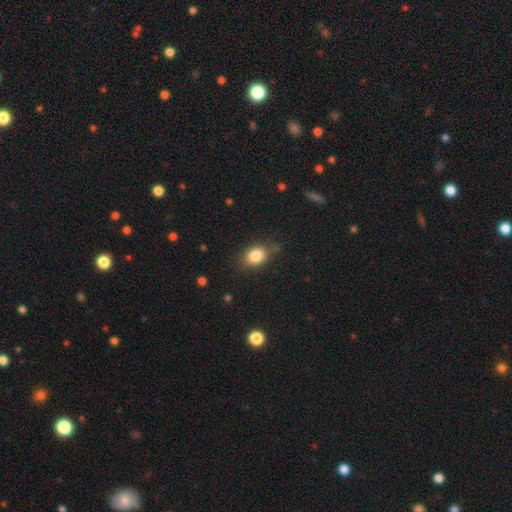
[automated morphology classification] Smooth or featured?
  - smooth: 83% *
  - star or artifact: 9%
  - featured or disk: 8%
How rounded?
  - in between: 68% *
  - round: 31%
  - cigar-shaped: 2%
Merging?
  - none: 73% *
  - minor disturbance: 20%
  - major disturbance: 5%
  - merger: 2%